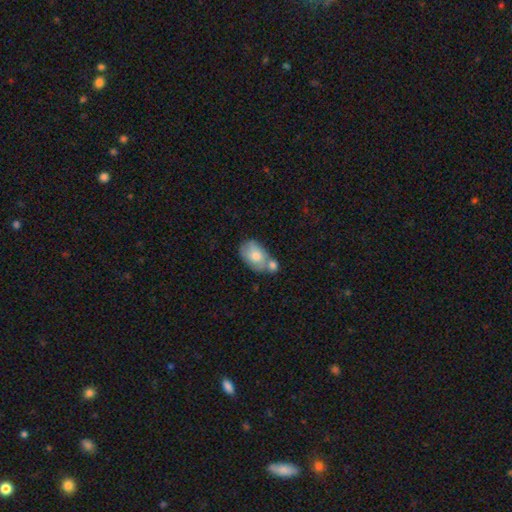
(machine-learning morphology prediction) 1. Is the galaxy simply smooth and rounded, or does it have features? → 70% smooth, 23% featured or disk, 7% star or artifact.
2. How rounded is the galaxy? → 85% in between, 13% round, 1% cigar-shaped.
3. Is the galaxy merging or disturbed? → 44% merger, 34% none, 17% minor disturbance, 6% major disturbance.